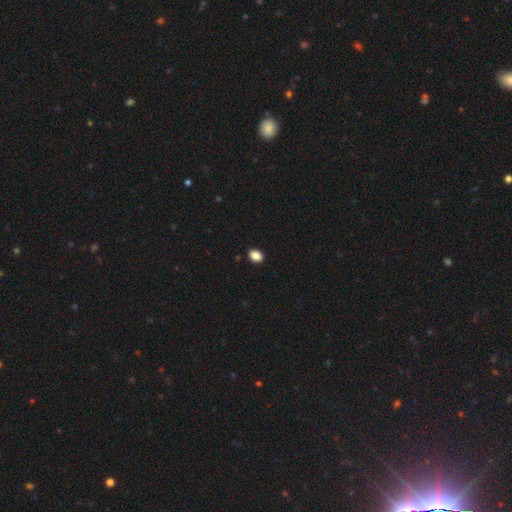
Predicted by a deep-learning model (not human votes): This is clearly a smooth galaxy (88%). How rounded: likely in between (72%). Merging: clearly none (91%).